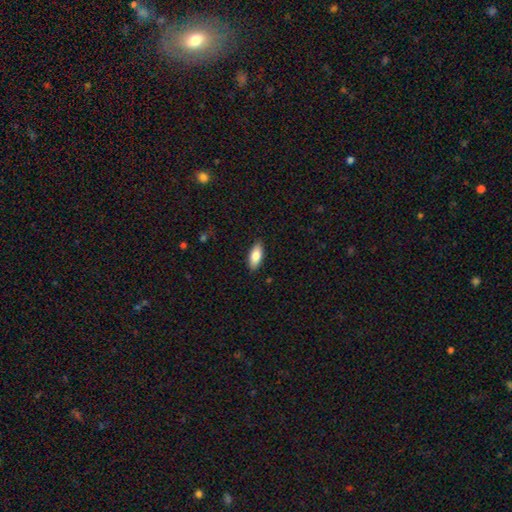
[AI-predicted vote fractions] Smooth or featured? Predicted: smooth (p=0.82). How rounded? Predicted: in between (p=0.84). Merging? Predicted: none (p=0.89).